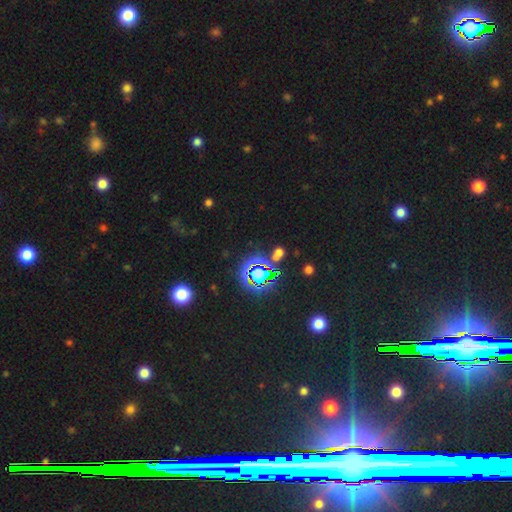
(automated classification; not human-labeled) A star or artifact, not a galaxy (78%).

Vote fractions:
- Smooth or featured? star or artifact: 78% / smooth: 13% / featured or disk: 9%